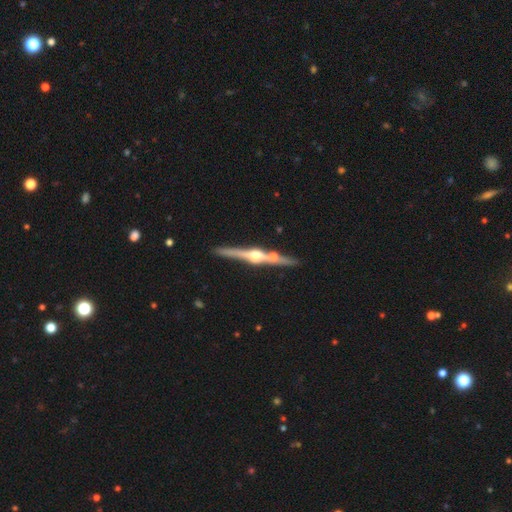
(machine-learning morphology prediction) Smooth or featured? featured or disk (84%)
Edge-on disk? yes (98%)
Edge-on bulge? rounded (94%)
Merging? none (79%)